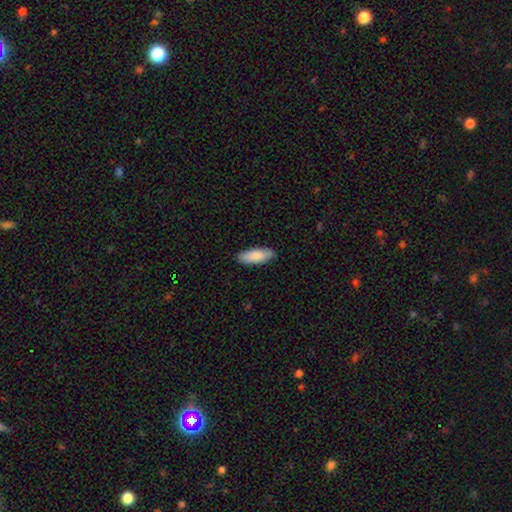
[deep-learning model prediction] A smooth galaxy with no disk features (86%) that is in between round and cigar-shaped (70%). Merging: none (87%).